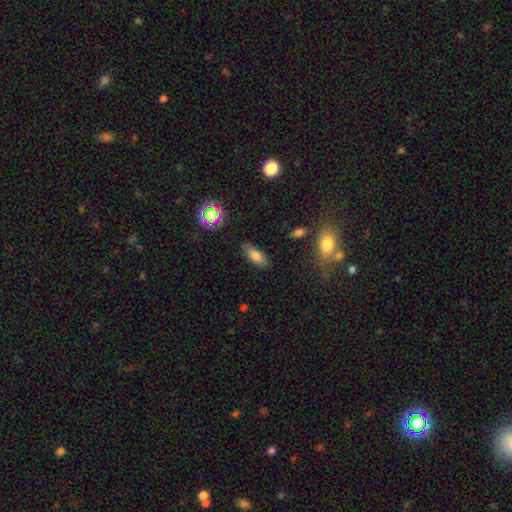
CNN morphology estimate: A smooth galaxy with no disk features (78%) that is in between round and cigar-shaped (78%). Merging: none (82%).